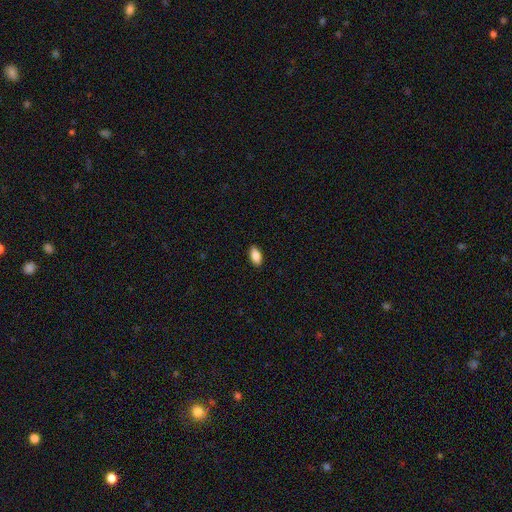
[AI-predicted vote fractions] A smooth galaxy with no disk features (88%) that is in between round and cigar-shaped (92%).

Vote fractions:
- Smooth or featured? smooth: 88% / star or artifact: 7% / featured or disk: 5%
- How rounded? in between: 92% / cigar-shaped: 5% / round: 3%
- Merging? none: 89% / minor disturbance: 8% / major disturbance: 2% / merger: 1%